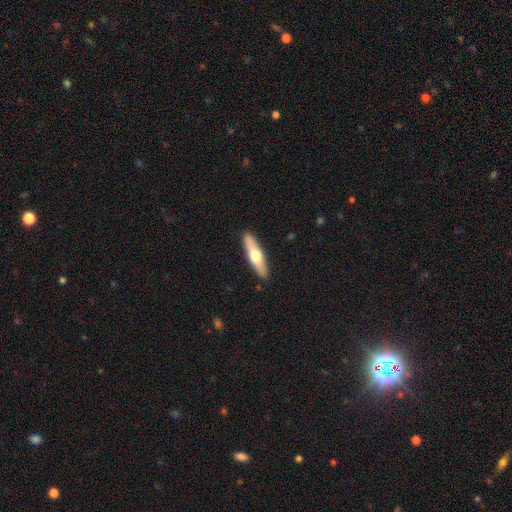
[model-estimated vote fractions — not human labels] The model was most divided on "smooth or featured": smooth: 51%, featured or disk: 44%, star or artifact: 5%. More confident: merging — none (90%); how rounded — cigar-shaped (73%).